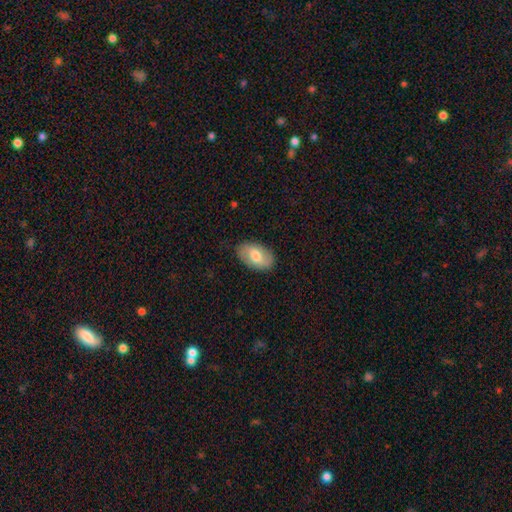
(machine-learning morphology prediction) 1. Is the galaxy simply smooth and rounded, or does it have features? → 67% smooth, 27% featured or disk, 6% star or artifact.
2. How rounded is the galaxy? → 93% in between, 5% round, 1% cigar-shaped.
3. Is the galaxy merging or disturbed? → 86% none, 11% minor disturbance, 2% major disturbance, 1% merger.